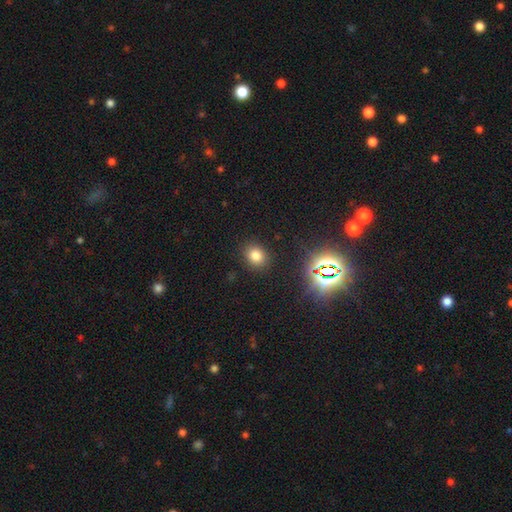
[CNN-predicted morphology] Smooth or featured? Predicted: smooth (p=0.75). How rounded? Predicted: round (p=0.61). Merging? Predicted: none (p=0.88).